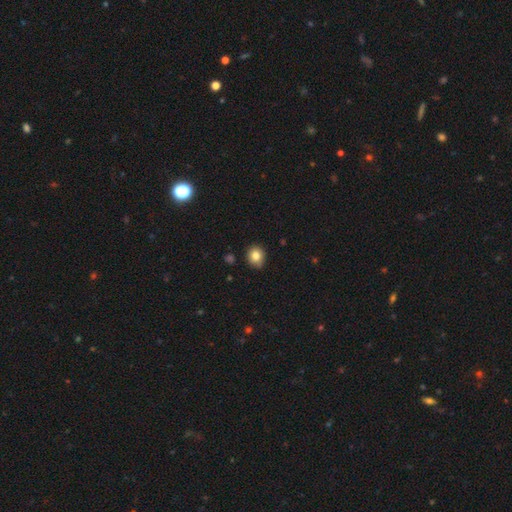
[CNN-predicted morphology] Smooth or featured? smooth (82%)
How rounded? round (78%)
Merging? none (81%)